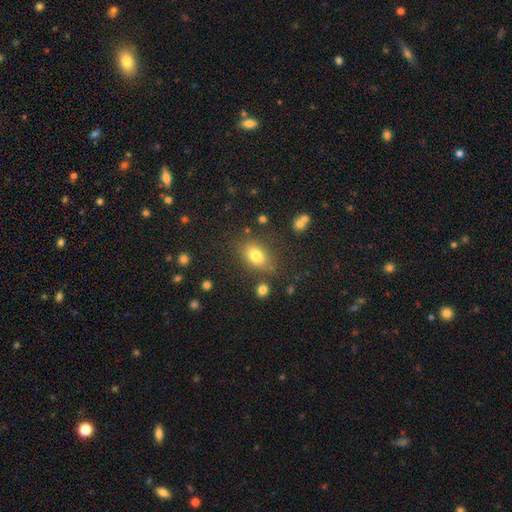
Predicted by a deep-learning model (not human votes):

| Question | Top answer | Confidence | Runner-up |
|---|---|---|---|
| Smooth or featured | smooth | 78% | star or artifact (12%) |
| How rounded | in between | 74% | round (24%) |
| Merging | none | 74% | minor disturbance (15%) |